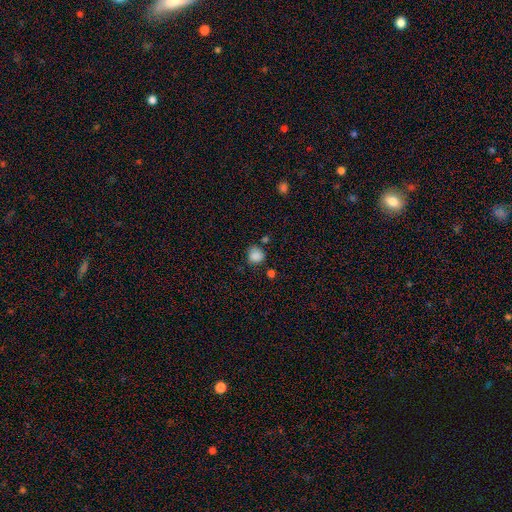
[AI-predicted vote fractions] Smooth or featured? Predicted: smooth (p=0.85). How rounded? Predicted: round (p=0.83). Merging? Predicted: none (p=0.69).